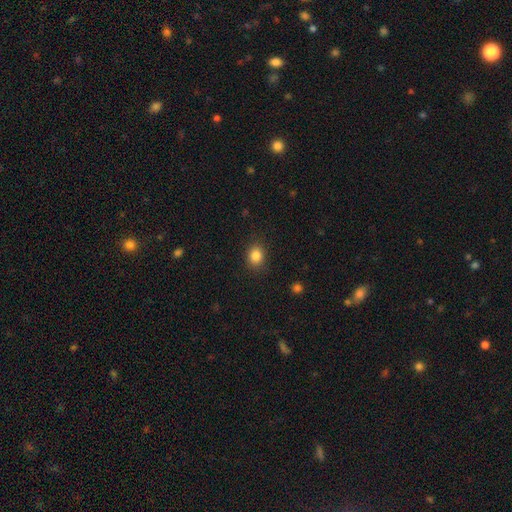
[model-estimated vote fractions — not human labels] Smooth or featured: smooth — 84% (star or artifact — 11%)
How rounded: round — 61% (in between — 38%)
Merging: none — 87% (minor disturbance — 9%)